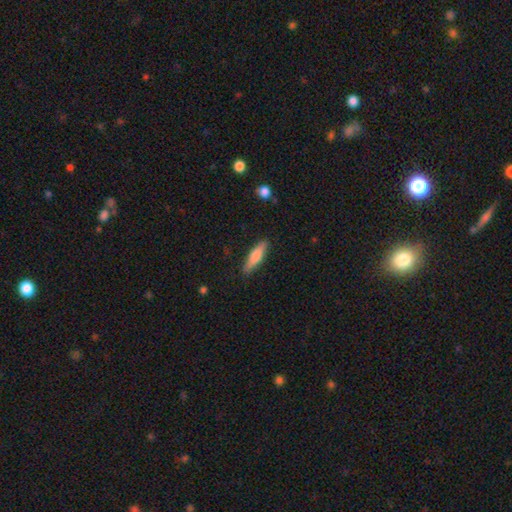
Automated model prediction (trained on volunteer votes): A smooth galaxy with no disk features (67%) that is cigar-shaped (72%).

Vote fractions:
- Smooth or featured? smooth: 67% / featured or disk: 27% / star or artifact: 6%
- How rounded? cigar-shaped: 72% / in between: 26% / round: 2%
- Merging? none: 87% / minor disturbance: 10% / major disturbance: 2% / merger: 1%